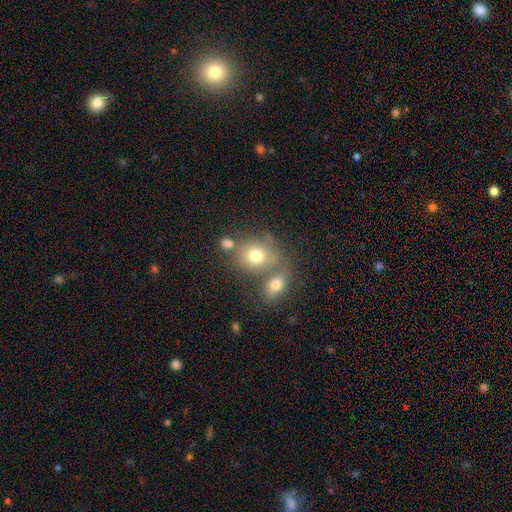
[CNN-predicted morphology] Overall: smooth (74%). How rounded: round (60%; in between 38%). Merging: none (51%; merger 33%).